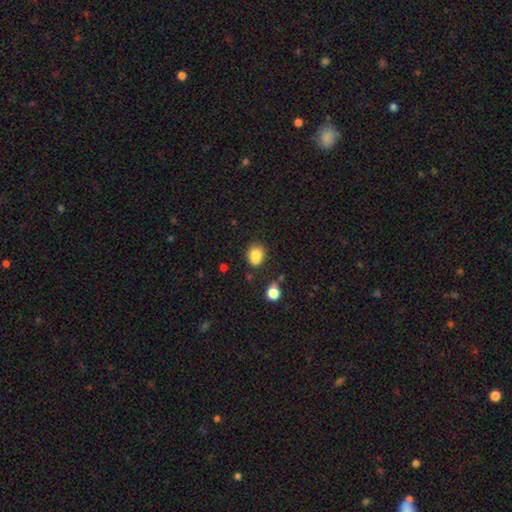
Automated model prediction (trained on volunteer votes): Morphology: type=smooth (81%); roundness=round (54%); merging=none (59%).